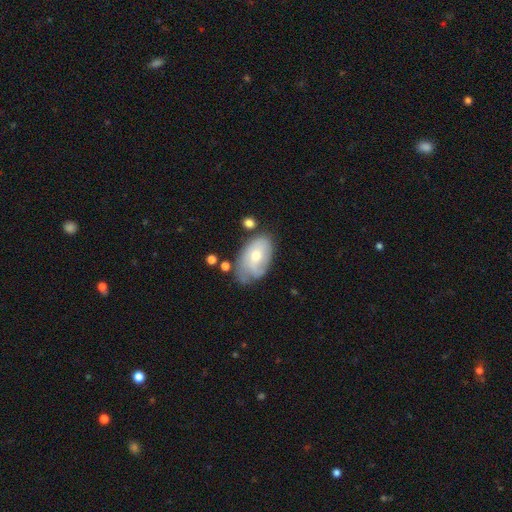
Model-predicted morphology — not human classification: Smooth or featured?
  - smooth: 47% *
  - featured or disk: 45%
  - star or artifact: 7%
Merging?
  - none: 46% *
  - minor disturbance: 33%
  - major disturbance: 14%
  - merger: 6%